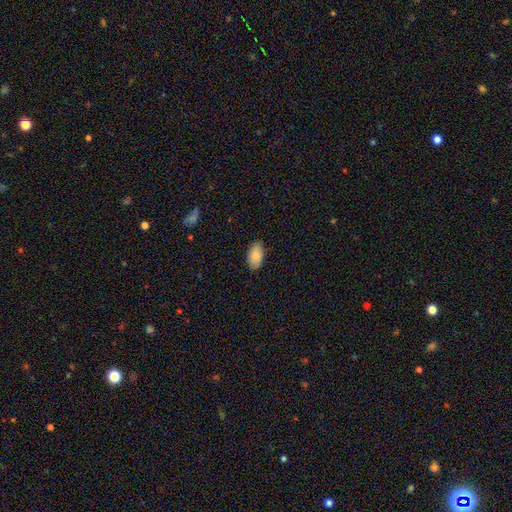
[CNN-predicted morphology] A smooth galaxy with no disk features (86%) that is in between round and cigar-shaped (94%).

Vote fractions:
- Smooth or featured? smooth: 86% / featured or disk: 8% / star or artifact: 6%
- How rounded? in between: 94% / round: 4% / cigar-shaped: 2%
- Merging? none: 83% / minor disturbance: 14% / major disturbance: 2% / merger: 1%